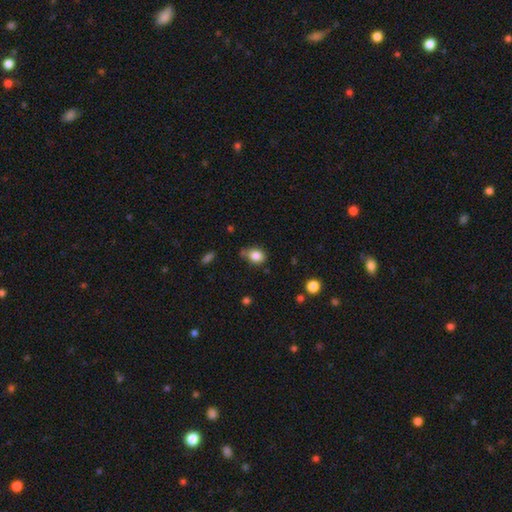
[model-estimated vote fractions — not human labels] A smooth galaxy with no disk features (83%) that is in between round and cigar-shaped (53%). Merging: none (62%).